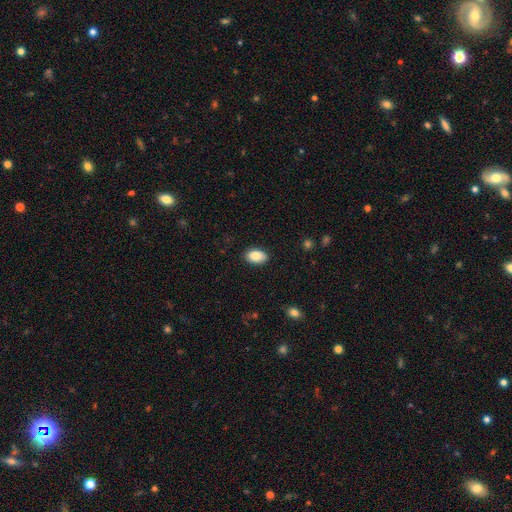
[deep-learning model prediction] Morphology: type=smooth (85%); roundness=in between (89%); merging=none (87%).